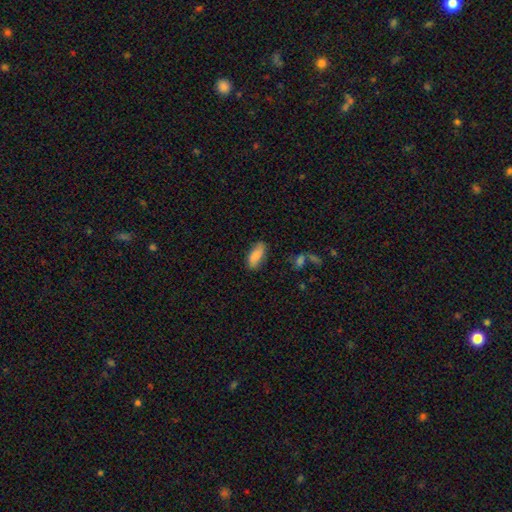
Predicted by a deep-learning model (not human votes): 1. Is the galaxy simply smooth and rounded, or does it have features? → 86% smooth, 8% featured or disk, 7% star or artifact.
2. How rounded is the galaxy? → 82% in between, 16% cigar-shaped, 2% round.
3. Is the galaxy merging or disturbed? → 78% none, 17% minor disturbance, 3% major disturbance, 2% merger.